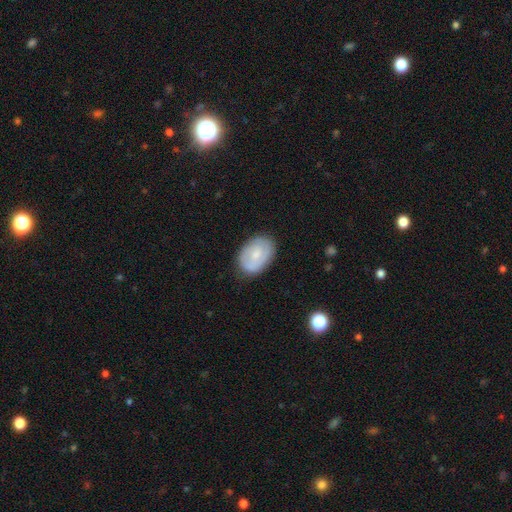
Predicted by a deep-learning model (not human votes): Smooth or featured? Predicted: smooth (p=0.53). How rounded? Predicted: in between (p=0.80). Merging? Predicted: none (p=0.79).